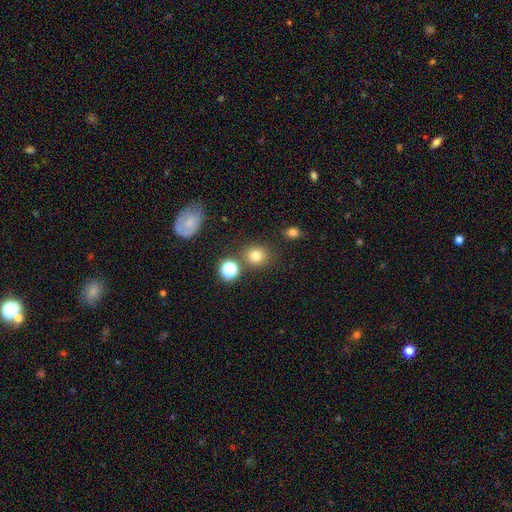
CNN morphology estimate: Smooth or featured: smooth — 77% (star or artifact — 16%)
How rounded: round — 84% (in between — 15%)
Merging: none — 79% (minor disturbance — 9%)